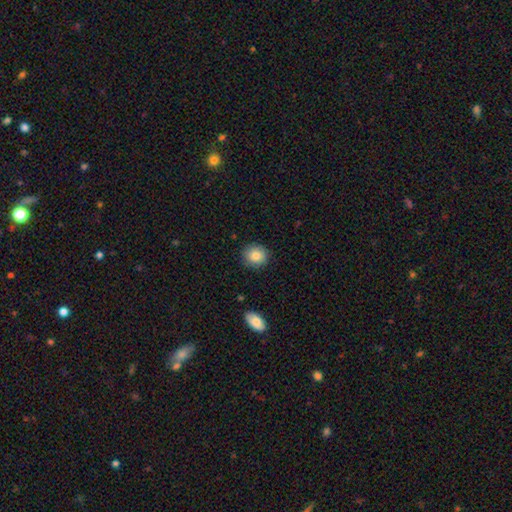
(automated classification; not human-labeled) A smooth galaxy with no disk features (85%) that is round (81%).

Vote fractions:
- Smooth or featured? smooth: 85% / star or artifact: 8% / featured or disk: 7%
- How rounded? round: 81% / in between: 18% / cigar-shaped: 1%
- Merging? none: 89% / minor disturbance: 8% / major disturbance: 2% / merger: 1%